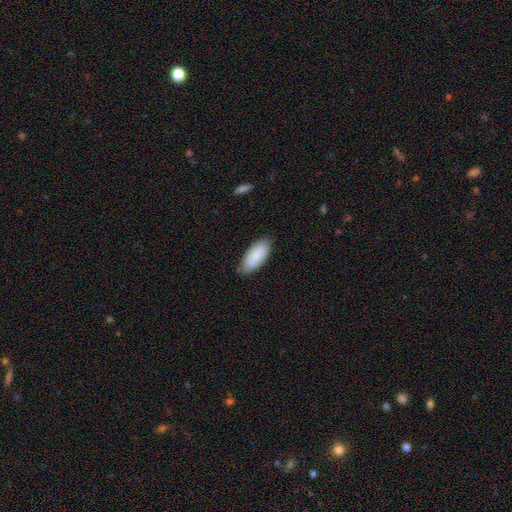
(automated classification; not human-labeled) Smooth or featured? Predicted: smooth (p=0.86). How rounded? Predicted: in between (p=0.86). Merging? Predicted: none (p=0.83).